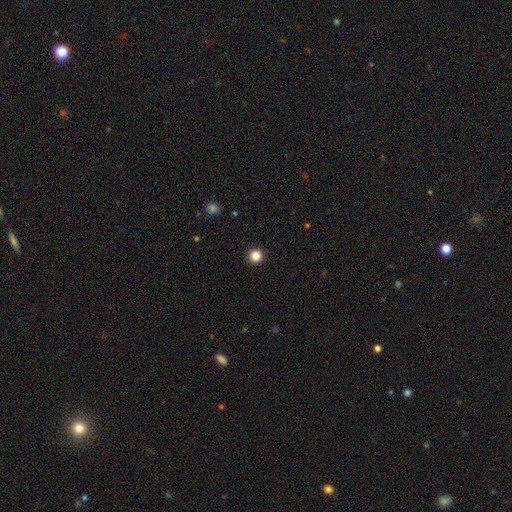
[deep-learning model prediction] Smooth or featured: smooth — 86% (star or artifact — 11%)
How rounded: round — 95% (in between — 4%)
Merging: none — 93% (minor disturbance — 4%)